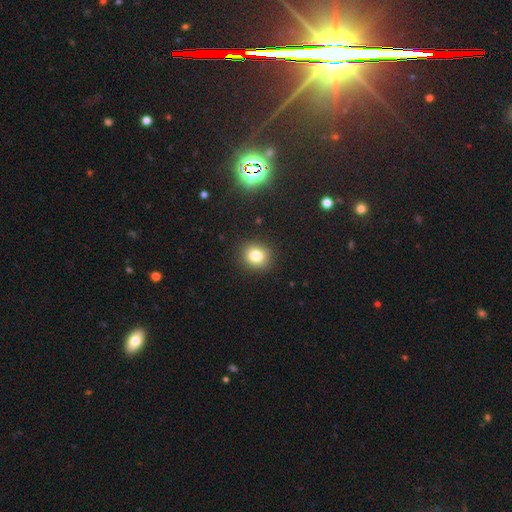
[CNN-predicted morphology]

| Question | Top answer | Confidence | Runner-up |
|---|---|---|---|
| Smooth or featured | smooth | 79% | star or artifact (14%) |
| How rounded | round | 80% | in between (19%) |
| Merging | none | 90% | minor disturbance (7%) |